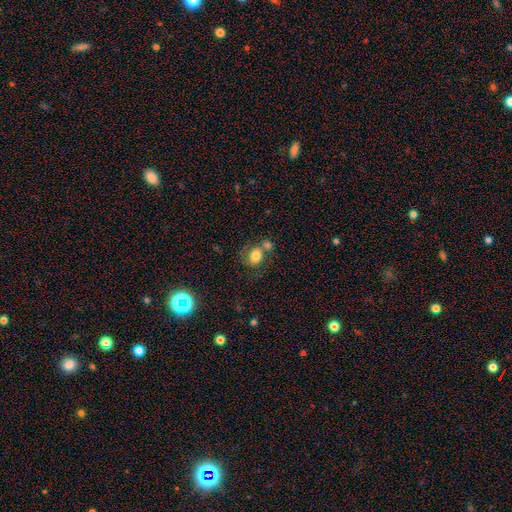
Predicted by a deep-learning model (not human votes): Smooth or featured? smooth (76%)
How rounded? round (57%)
Merging? none (42%)